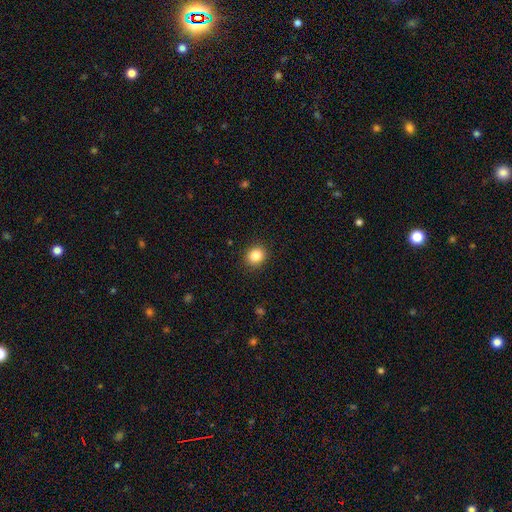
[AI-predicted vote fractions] Overall: smooth (85%). How rounded: round (79%). Merging: none (91%).